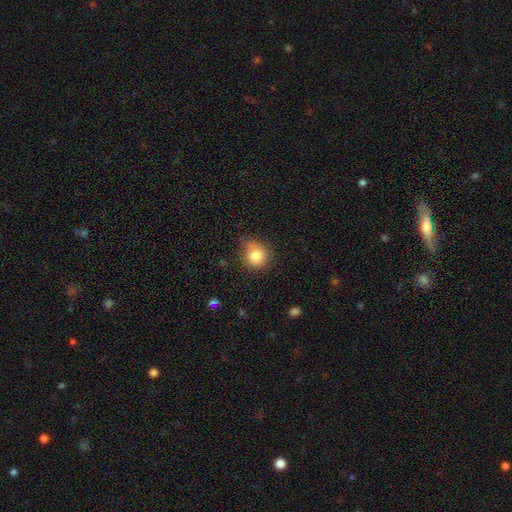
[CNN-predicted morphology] smooth 83%, star or artifact 10%, featured or disk 6%. Down the decision tree: how rounded — round (87%); merging — none (69%).